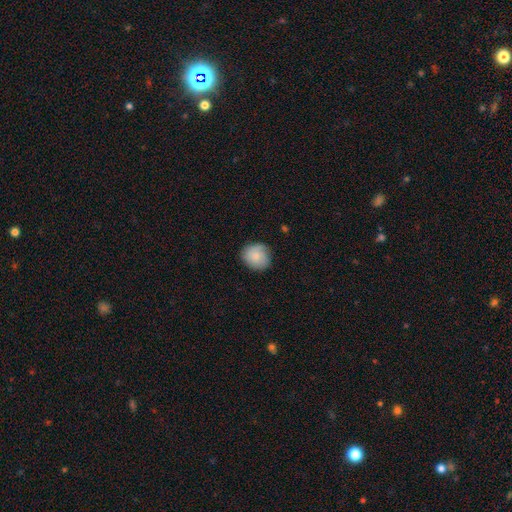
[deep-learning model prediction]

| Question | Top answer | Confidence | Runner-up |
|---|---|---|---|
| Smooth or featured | smooth | 81% | featured or disk (12%) |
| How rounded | round | 82% | in between (17%) |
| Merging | none | 79% | minor disturbance (17%) |